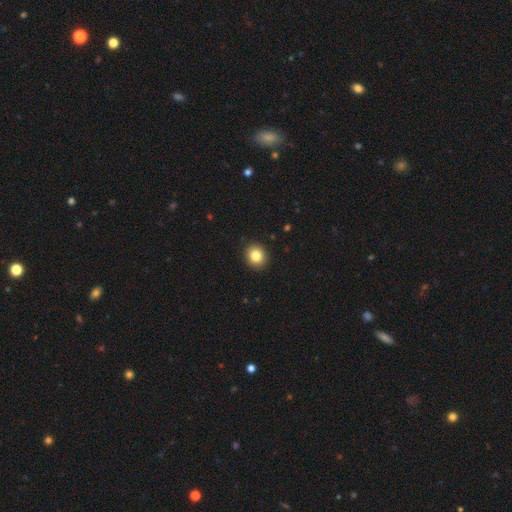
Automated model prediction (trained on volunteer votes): smooth_or_featured: smooth (p=0.84) [alt: star or artifact p=0.10]
how_rounded: round (p=0.76) [alt: in between p=0.23]
merging: none (p=0.92) [alt: minor disturbance p=0.06]